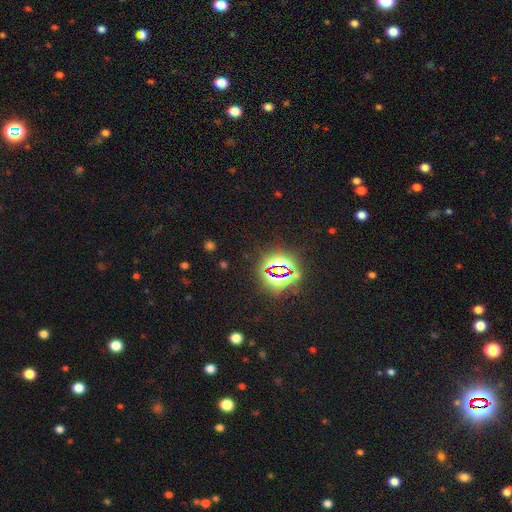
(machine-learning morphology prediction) Smooth or featured? Predicted: star or artifact (p=0.82).